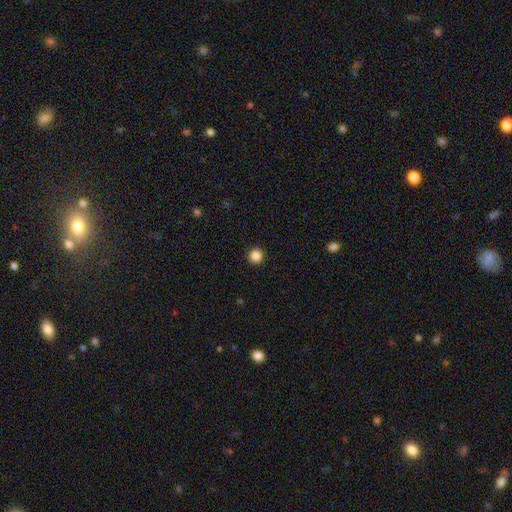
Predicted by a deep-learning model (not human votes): This is clearly a smooth galaxy (85%). How rounded: clearly round (96%). Merging: clearly none (93%).